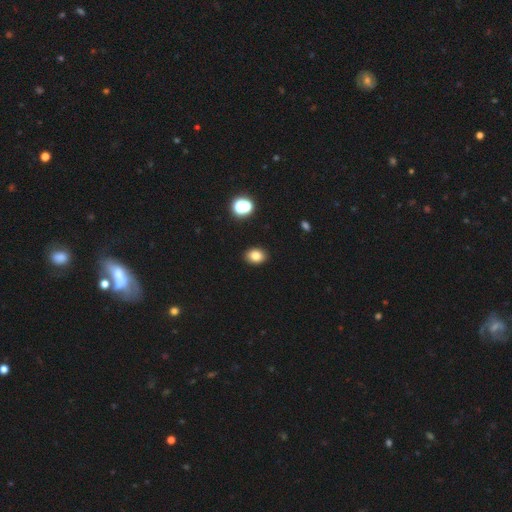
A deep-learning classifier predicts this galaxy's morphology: This is clearly a smooth galaxy (82%). How rounded: likely in between (62%). Merging: clearly none (90%).